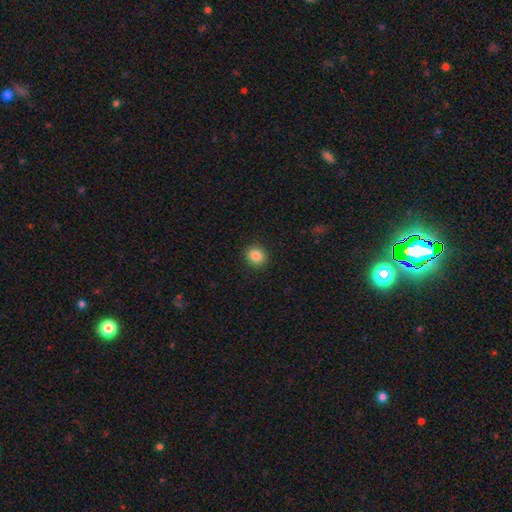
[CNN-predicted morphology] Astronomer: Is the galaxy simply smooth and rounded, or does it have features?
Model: smooth — 86%.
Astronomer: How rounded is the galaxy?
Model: round — 75%.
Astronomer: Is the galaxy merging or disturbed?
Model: none — 91%.